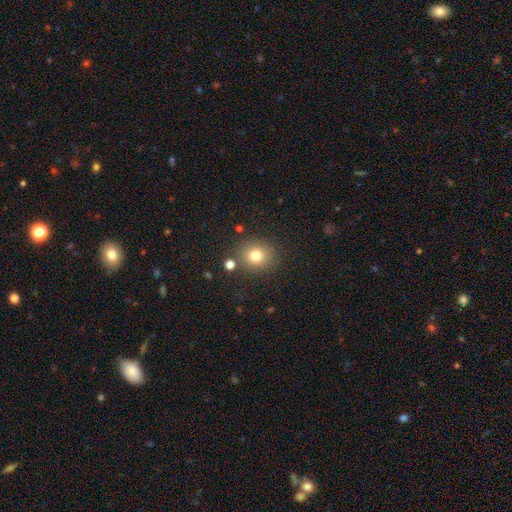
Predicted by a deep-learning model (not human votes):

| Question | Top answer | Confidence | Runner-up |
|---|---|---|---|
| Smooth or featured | smooth | 78% | star or artifact (13%) |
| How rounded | round | 82% | in between (17%) |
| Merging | none | 83% | minor disturbance (9%) |